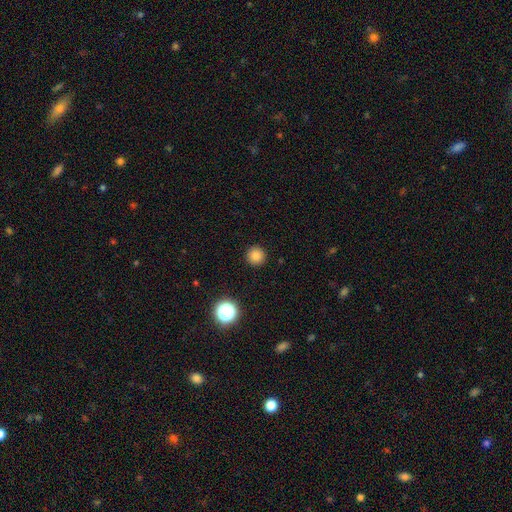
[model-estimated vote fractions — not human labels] Smooth or featured?
  - smooth: 82% *
  - star or artifact: 13%
  - featured or disk: 4%
How rounded?
  - round: 96% *
  - in between: 3%
  - cigar-shaped: 1%
Merging?
  - none: 93% *
  - minor disturbance: 5%
  - major disturbance: 2%
  - merger: 1%